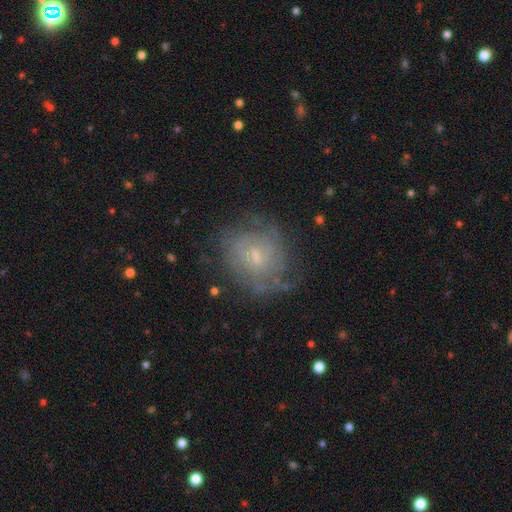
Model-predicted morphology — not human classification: smooth_or_featured: featured or disk (p=0.66) [alt: smooth p=0.24]
disk_edge_on: no (p=0.97) [alt: yes p=0.03]
bar: weak (p=0.48) [alt: no p=0.45]
has_spiral_arms: yes (p=0.74) [alt: no p=0.26]
bulge_size: small (p=0.57) [alt: moderate p=0.30]
merging: none (p=0.65) [alt: minor disturbance p=0.21]